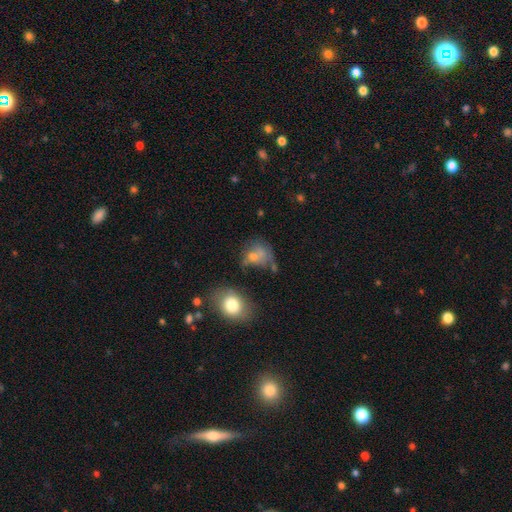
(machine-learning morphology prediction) Q: Smooth or featured?
A: smooth (61%); runner-up: featured or disk (24%)
Q: How rounded?
A: round (55%); runner-up: in between (44%)
Q: Merging?
A: none (31%); runner-up: major disturbance (25%)